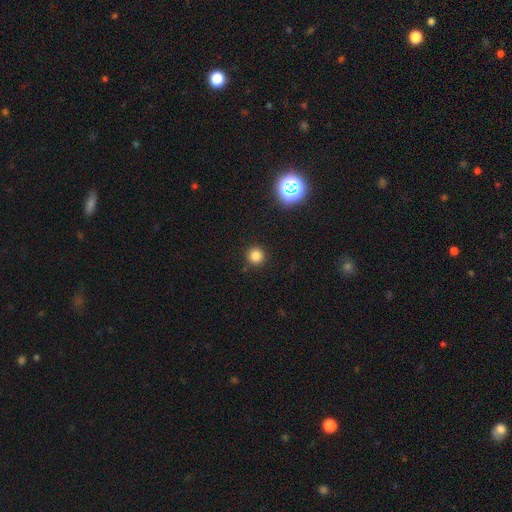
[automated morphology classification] Smooth or featured?
  - smooth: 81% *
  - star or artifact: 15%
  - featured or disk: 5%
How rounded?
  - round: 95% *
  - in between: 4%
  - cigar-shaped: 1%
Merging?
  - none: 91% *
  - minor disturbance: 5%
  - major disturbance: 2%
  - merger: 2%